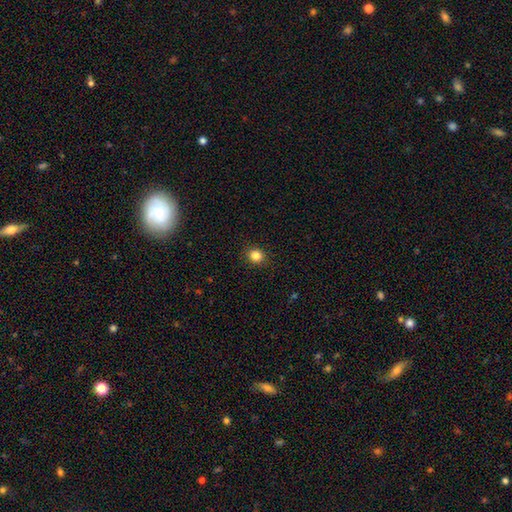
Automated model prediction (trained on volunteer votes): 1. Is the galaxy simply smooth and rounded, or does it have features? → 84% smooth, 11% star or artifact, 4% featured or disk.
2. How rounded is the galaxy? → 80% round, 19% in between, 1% cigar-shaped.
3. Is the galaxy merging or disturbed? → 90% none, 7% minor disturbance, 2% major disturbance, 1% merger.